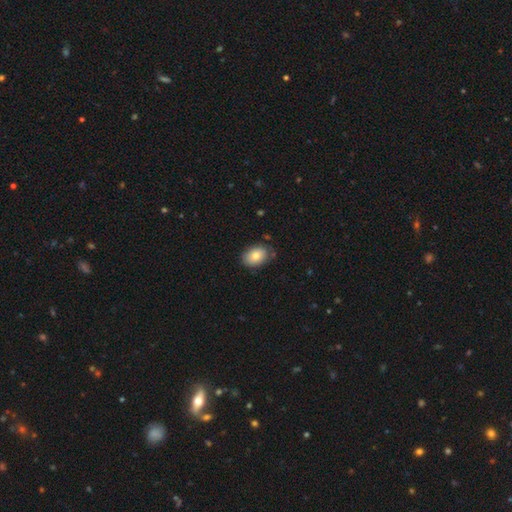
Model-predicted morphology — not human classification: Smooth or featured: smooth — 78% (featured or disk — 14%)
How rounded: in between — 76% (round — 23%)
Merging: none — 78% (minor disturbance — 17%)